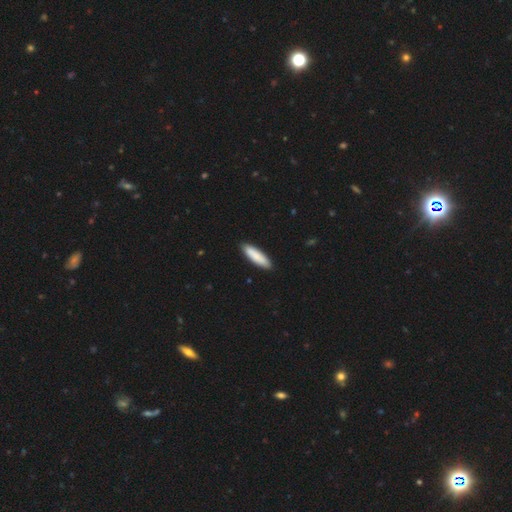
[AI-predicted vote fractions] This is clearly a smooth galaxy (87%). How rounded: likely cigar-shaped (68%). Merging: clearly none (90%).